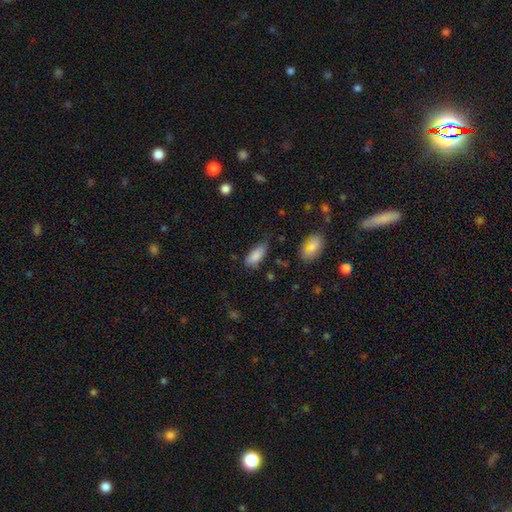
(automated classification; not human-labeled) Q: Smooth or featured?
A: smooth (84%); runner-up: featured or disk (8%)
Q: How rounded?
A: in between (84%); runner-up: cigar-shaped (14%)
Q: Merging?
A: none (63%); runner-up: minor disturbance (29%)